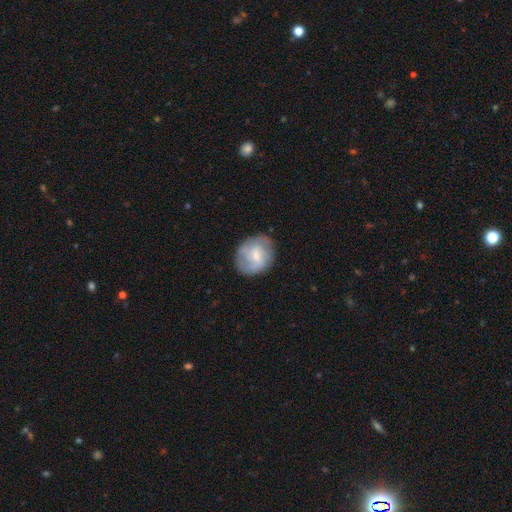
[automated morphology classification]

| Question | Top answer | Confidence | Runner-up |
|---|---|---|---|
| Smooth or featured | smooth | 50% | featured or disk (44%) |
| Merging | none | 73% | minor disturbance (19%) |